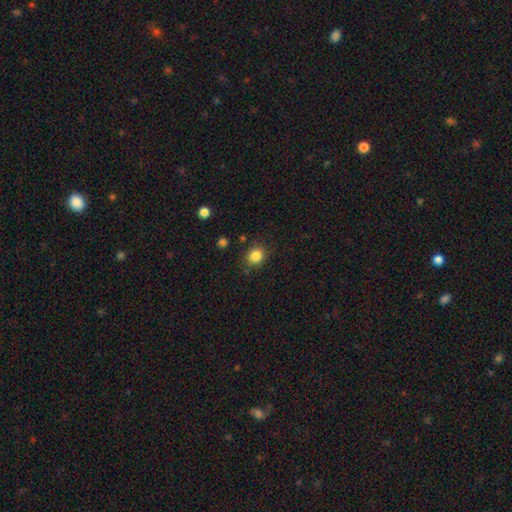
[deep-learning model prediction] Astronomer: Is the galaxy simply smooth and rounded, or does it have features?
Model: smooth — 85%.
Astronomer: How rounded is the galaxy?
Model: round — 67%.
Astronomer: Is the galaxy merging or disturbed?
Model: none — 80%.